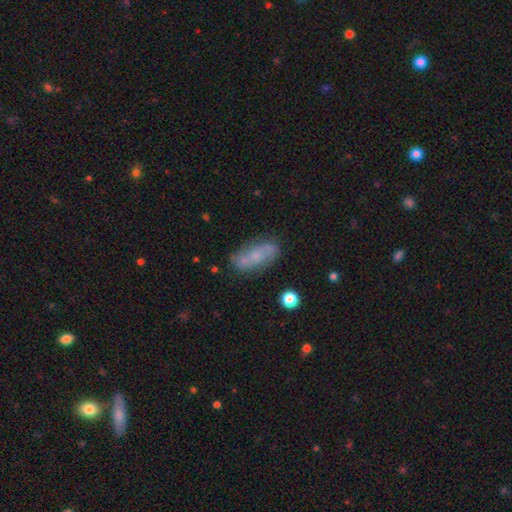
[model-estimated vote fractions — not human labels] Smooth or featured: featured or disk — 47% (smooth — 44%)
Merging: none — 69% (minor disturbance — 18%)